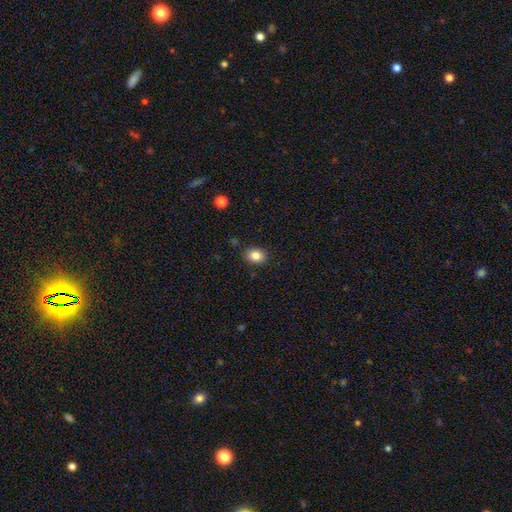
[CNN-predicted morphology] smooth 85%, star or artifact 10%, featured or disk 5%. Down the decision tree: how rounded — in between (51%); merging — none (88%).